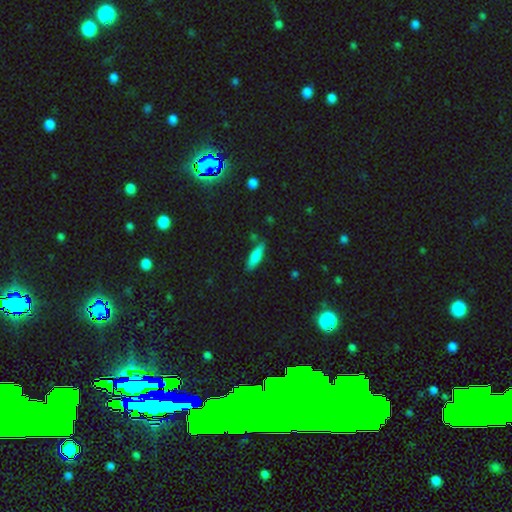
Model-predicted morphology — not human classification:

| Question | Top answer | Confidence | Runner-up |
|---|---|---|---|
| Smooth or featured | smooth | 75% | featured or disk (17%) |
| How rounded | cigar-shaped | 58% | in between (40%) |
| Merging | none | 80% | minor disturbance (14%) |